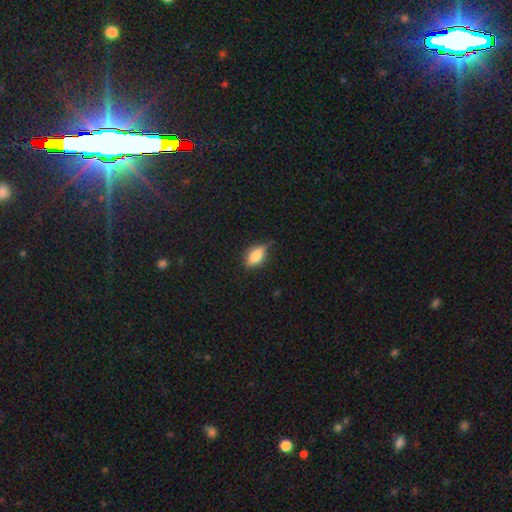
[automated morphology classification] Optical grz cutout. It shows a smooth galaxy with no disk features (67%) that is in between round and cigar-shaped (78%). Merging: none (72%).